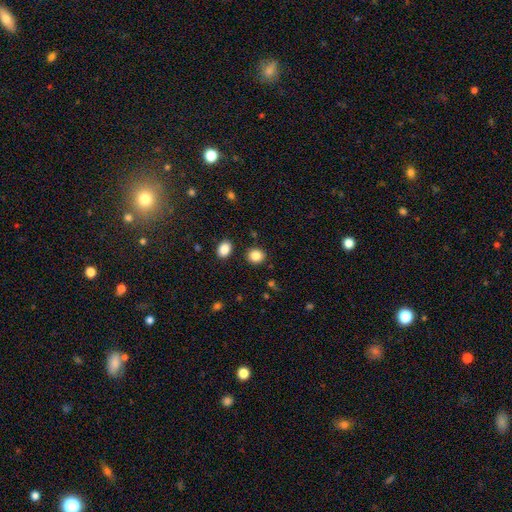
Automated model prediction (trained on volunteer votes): A smooth galaxy with no disk features (86%) that is round (78%).

Vote fractions:
- Smooth or featured? smooth: 86% / star or artifact: 10% / featured or disk: 4%
- How rounded? round: 78% / in between: 21% / cigar-shaped: 1%
- Merging? none: 87% / minor disturbance: 7% / merger: 4% / major disturbance: 2%